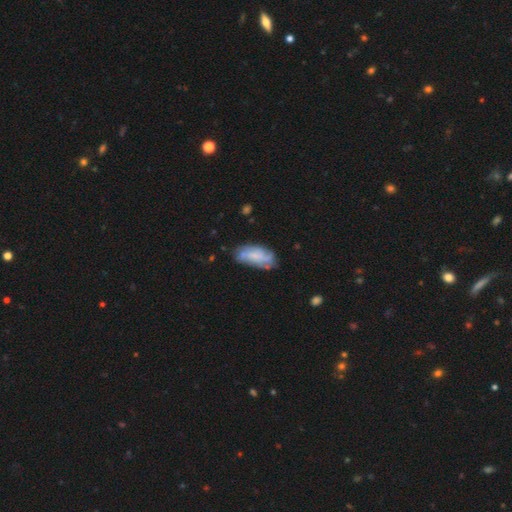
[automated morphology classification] The model was most divided on "smooth or featured": featured or disk: 47%, smooth: 45%, star or artifact: 7%. More confident: merging — none (61%).